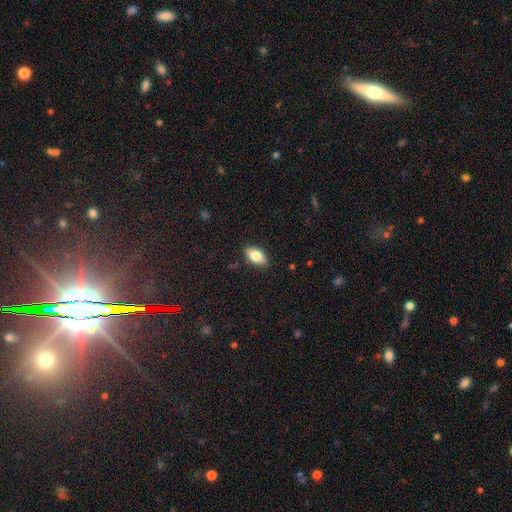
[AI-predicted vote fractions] A smooth galaxy with no disk features (78%) that is in between round and cigar-shaped (90%). Merging: none (88%).